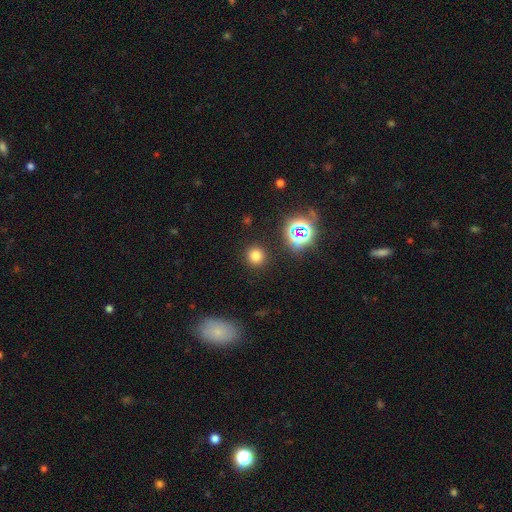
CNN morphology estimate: smooth-or-featured: smooth: 72% | star or artifact: 22% | featured or disk: 6%
  how-rounded: round: 93% | in between: 6% | cigar-shaped: 1%
  merging: none: 90% | minor disturbance: 6% | major disturbance: 3% | merger: 2%